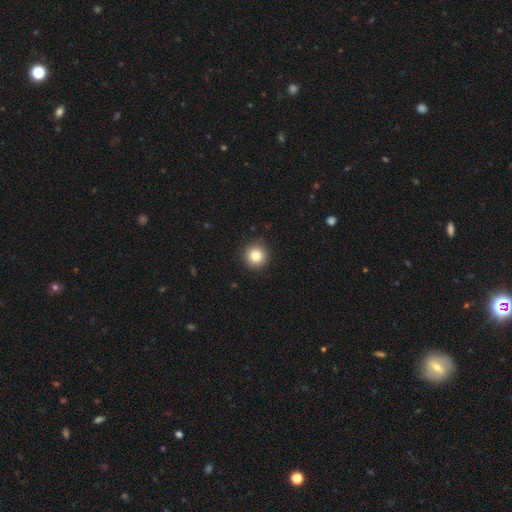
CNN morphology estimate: This appears to be a smooth galaxy with no disk features (83%) that is round (95%). Merging: none (92%).